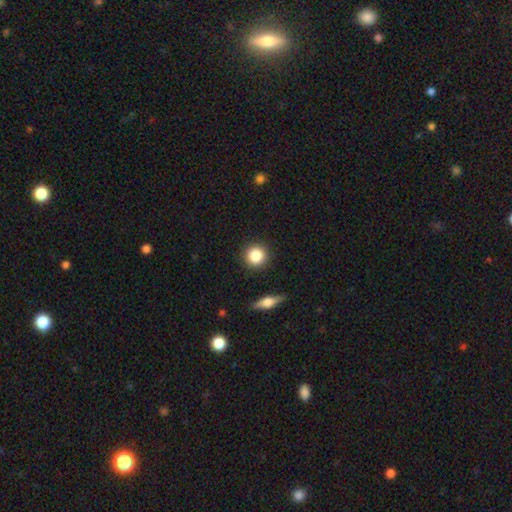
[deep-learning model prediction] Smooth or featured? Predicted: smooth (p=0.84). How rounded? Predicted: round (p=0.93). Merging? Predicted: none (p=0.90).